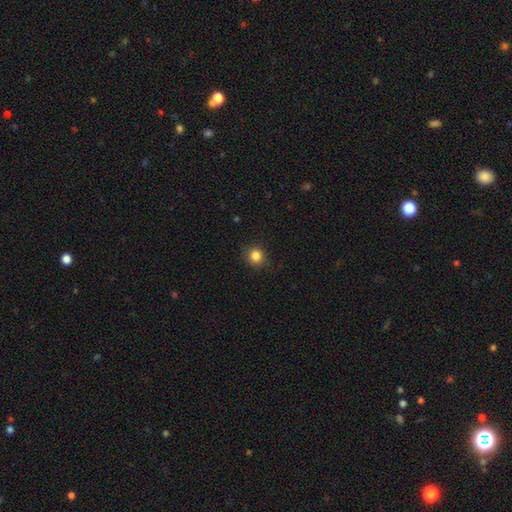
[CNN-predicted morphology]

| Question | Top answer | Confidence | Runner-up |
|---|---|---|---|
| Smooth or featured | smooth | 84% | star or artifact (12%) |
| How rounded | round | 88% | in between (11%) |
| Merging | none | 88% | minor disturbance (9%) |